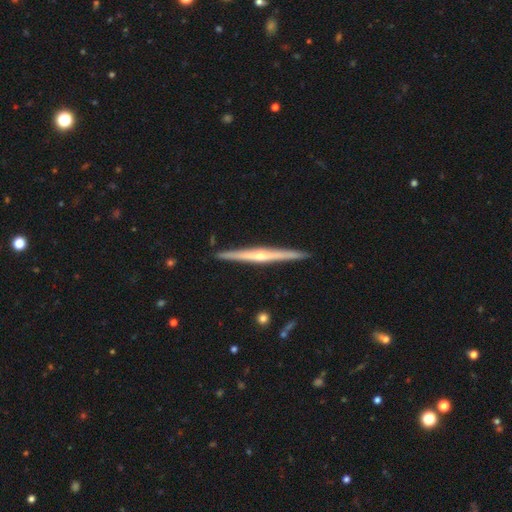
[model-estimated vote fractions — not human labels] The model was most divided on "edge-on bulge": rounded: 78%, none: 17%, boxy: 5%. More confident: edge-on disk — yes (98%); merging — none (92%); smooth or featured — featured or disk (80%).